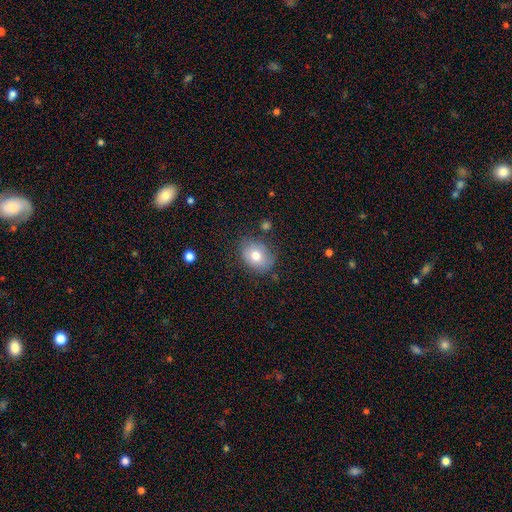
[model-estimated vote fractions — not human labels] This appears to be a smooth galaxy with no disk features (75%) that is in between round and cigar-shaped (51%). Merging: none (75%).